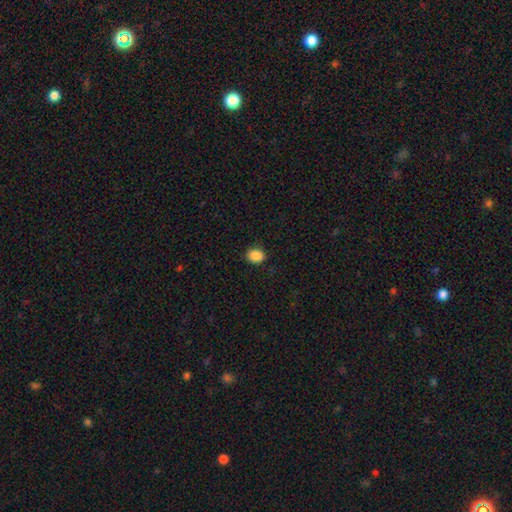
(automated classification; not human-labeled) This is clearly a smooth galaxy (88%). How rounded: possibly in between (51%). Merging: clearly none (88%).